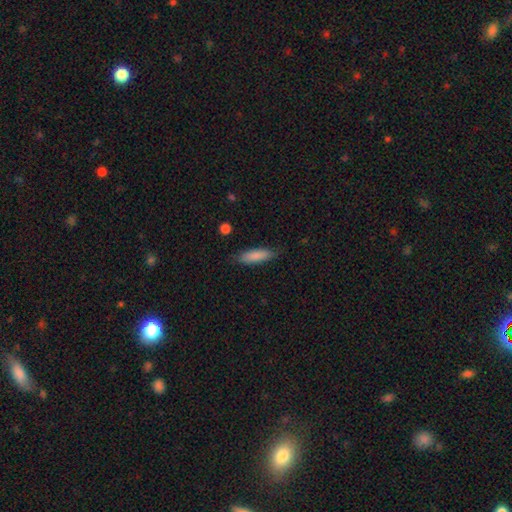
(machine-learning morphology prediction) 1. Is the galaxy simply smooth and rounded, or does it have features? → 85% smooth, 9% featured or disk, 6% star or artifact.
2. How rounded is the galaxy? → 53% cigar-shaped, 46% in between, 2% round.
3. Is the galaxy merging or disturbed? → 82% none, 14% minor disturbance, 3% major disturbance, 1% merger.